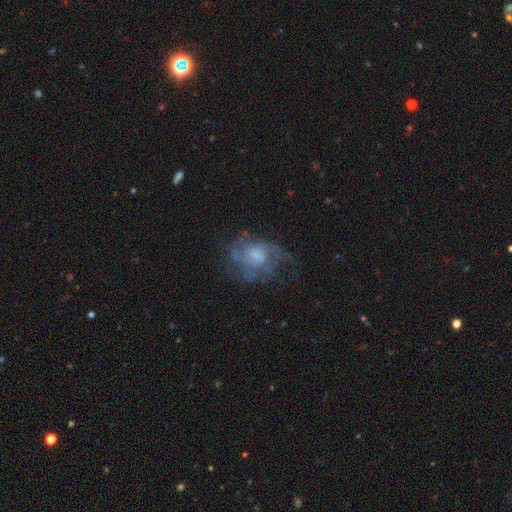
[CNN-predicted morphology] A featured or disk galaxy (61%) with no bar (75%), spiral arms (60%) and a small central bulge (37%). Merging: none (46%).